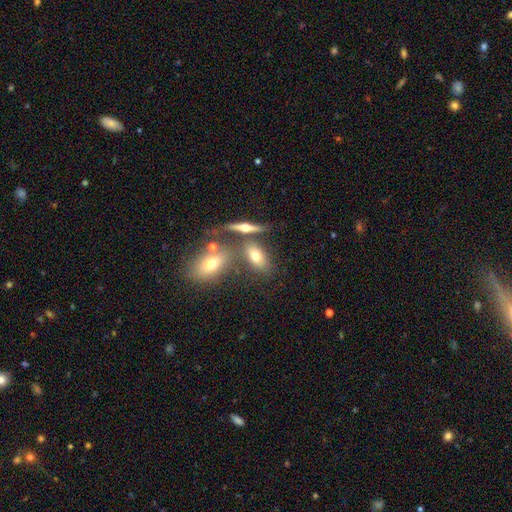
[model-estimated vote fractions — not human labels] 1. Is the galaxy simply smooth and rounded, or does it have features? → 63% smooth, 26% featured or disk, 11% star or artifact.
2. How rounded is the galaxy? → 81% in between, 11% round, 8% cigar-shaped.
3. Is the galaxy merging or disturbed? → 57% none, 24% merger, 12% minor disturbance, 6% major disturbance.